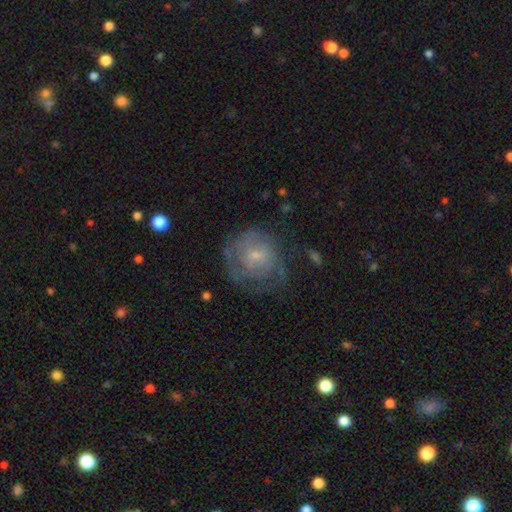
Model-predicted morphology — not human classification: A featured or disk galaxy (60%) with no bar (66%), spiral arms (70%) and a small central bulge (67%). Merging: none (53%).